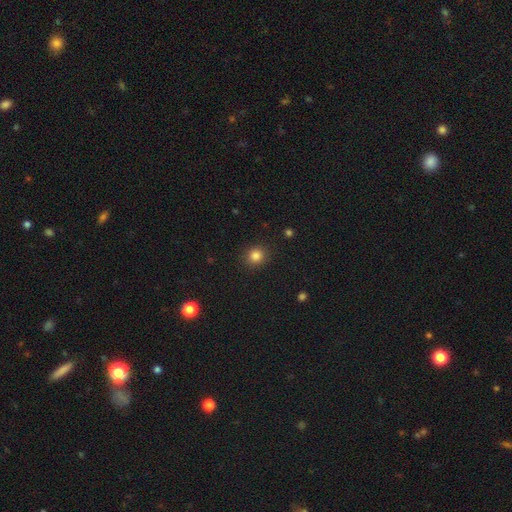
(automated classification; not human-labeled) Smooth or featured? Predicted: smooth (p=0.83). How rounded? Predicted: round (p=0.86). Merging? Predicted: none (p=0.90).